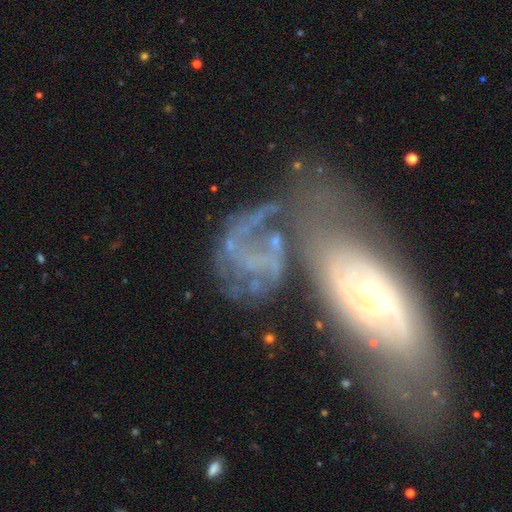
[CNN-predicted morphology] Smooth or featured: featured or disk — 73% (smooth — 17%)
Edge-on disk: no — 95% (yes — 5%)
Bar: no — 64% (weak — 24%)
Spiral arms: yes — 72% (no — 28%)
Spiral winding: tight — 36% (medium — 34%)
Spiral arm count: 2 — 38% (can't tell — 35%)
Bulge size: small — 56% (none — 22%)
Merging: merger — 42% (major disturbance — 23%)